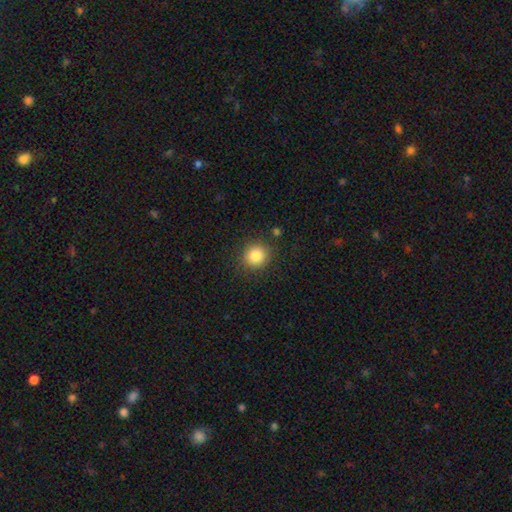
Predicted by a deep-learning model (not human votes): This appears to be a smooth galaxy with no disk features (84%) that is round (87%). Merging: none (87%).